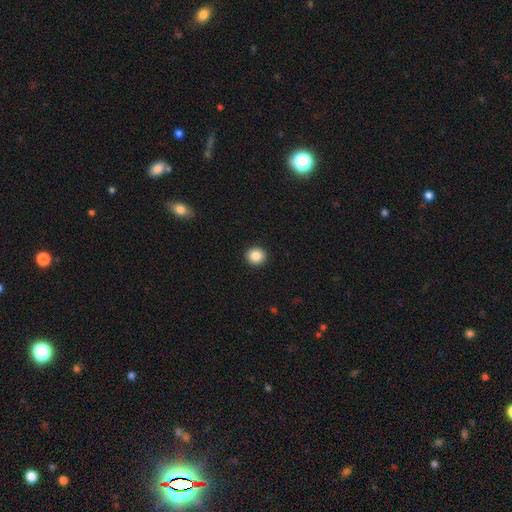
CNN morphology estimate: The model was most divided on "smooth or featured": smooth: 86%, star or artifact: 10%, featured or disk: 5%. More confident: merging — none (93%); how rounded — round (92%).